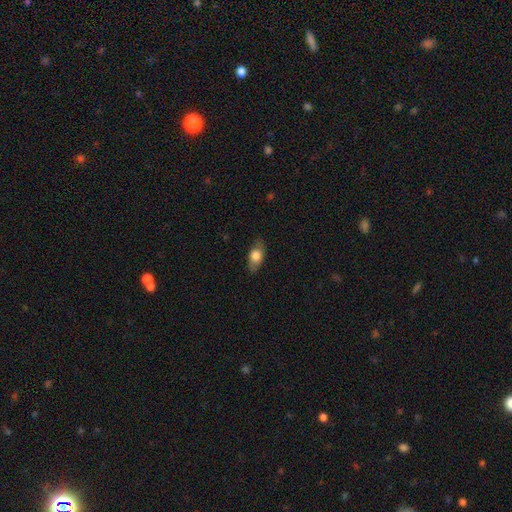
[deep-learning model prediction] A smooth galaxy with no disk features (73%) that is in between round and cigar-shaped (83%).

Vote fractions:
- Smooth or featured? smooth: 73% / featured or disk: 20% / star or artifact: 7%
- How rounded? in between: 83% / round: 9% / cigar-shaped: 8%
- Merging? none: 79% / minor disturbance: 16% / major disturbance: 4% / merger: 1%